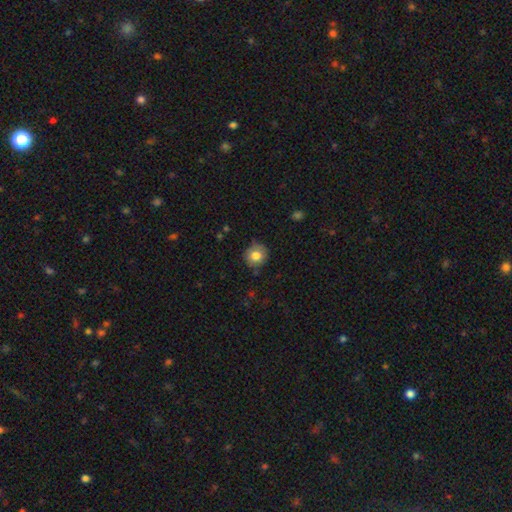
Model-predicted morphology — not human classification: Smooth or featured?
  - smooth: 80% *
  - featured or disk: 11%
  - star or artifact: 9%
How rounded?
  - round: 88% *
  - in between: 11%
  - cigar-shaped: 1%
Merging?
  - none: 80% *
  - minor disturbance: 15%
  - major disturbance: 3%
  - merger: 1%